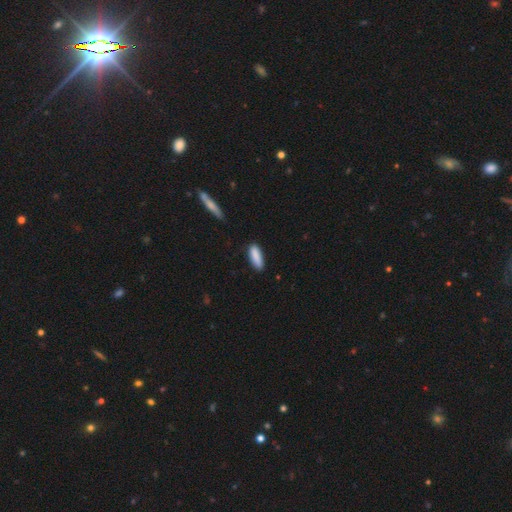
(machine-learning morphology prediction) smooth-or-featured: smooth: 89% | star or artifact: 6% | featured or disk: 5%
  how-rounded: in between: 57% | cigar-shaped: 41% | round: 2%
  merging: none: 84% | minor disturbance: 12% | major disturbance: 2% | merger: 1%